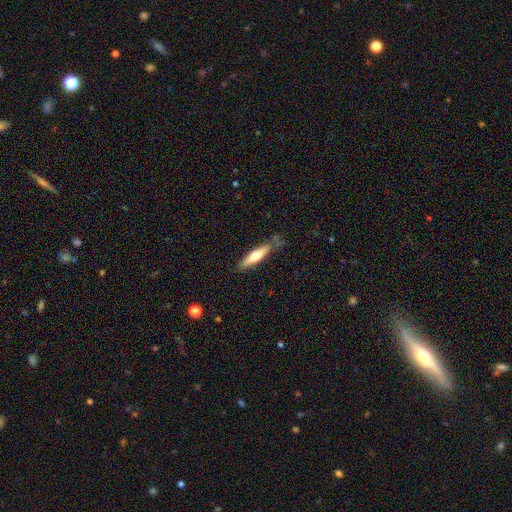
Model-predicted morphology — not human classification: smooth-or-featured: smooth: 54% | featured or disk: 40% | star or artifact: 6%
  how-rounded: cigar-shaped: 76% | in between: 22% | round: 2%
  merging: none: 74% | minor disturbance: 17% | merger: 4% | major disturbance: 4%